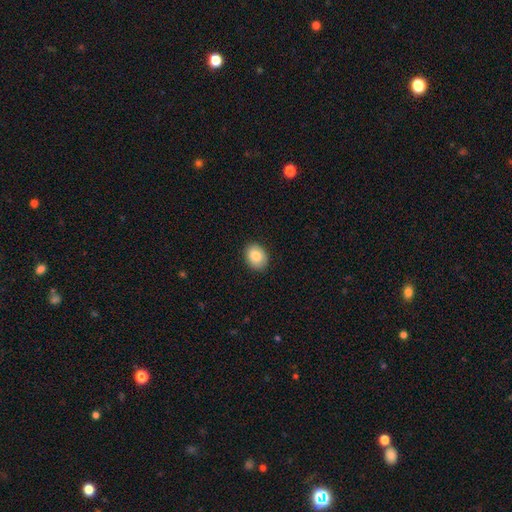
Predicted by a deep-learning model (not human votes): smooth 83%, featured or disk 9%, star or artifact 8%. Down the decision tree: how rounded — in between (62%); merging — none (89%).